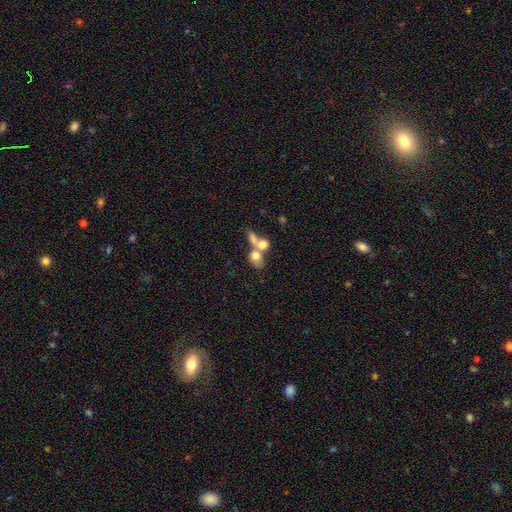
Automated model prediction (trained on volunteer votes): Morphology: type=smooth (67%); roundness=round (52%); merging=merger (67%).